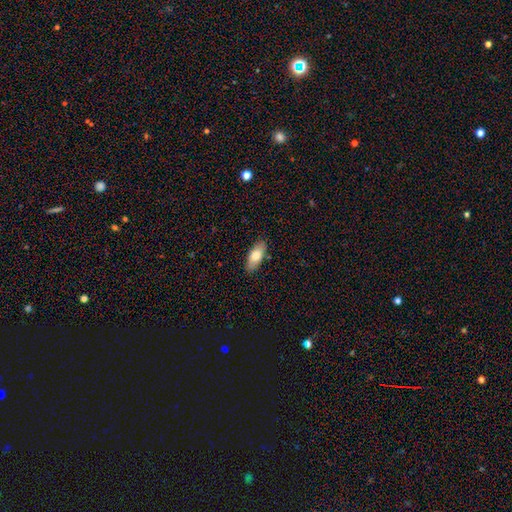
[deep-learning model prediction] The model was most divided on "smooth or featured": smooth: 75%, featured or disk: 19%, star or artifact: 6%. More confident: merging — none (87%); how rounded — in between (80%).